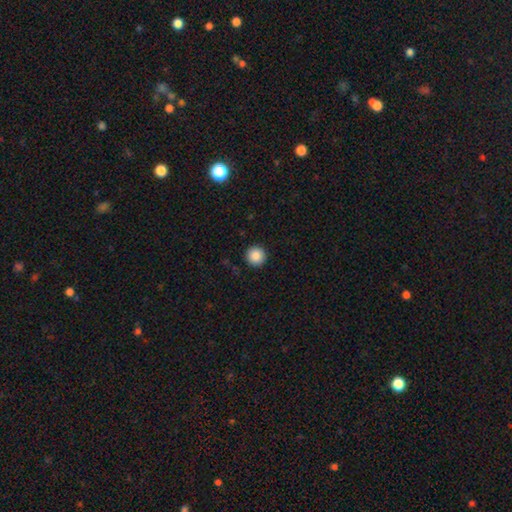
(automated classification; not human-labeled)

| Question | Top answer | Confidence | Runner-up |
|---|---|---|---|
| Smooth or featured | smooth | 87% | star or artifact (9%) |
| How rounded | round | 96% | in between (3%) |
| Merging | none | 93% | minor disturbance (5%) |